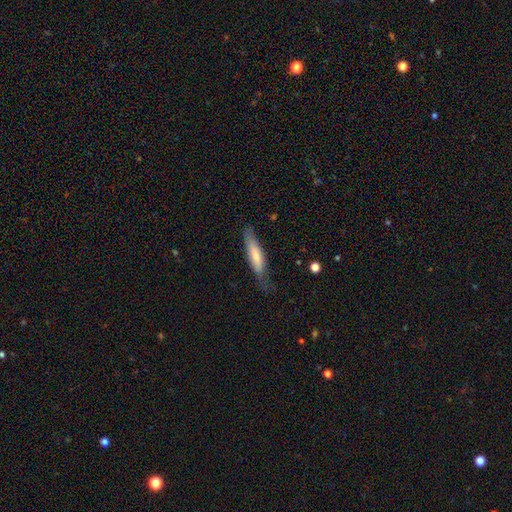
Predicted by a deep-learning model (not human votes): Q: Smooth or featured?
A: smooth (68%); runner-up: featured or disk (26%)
Q: How rounded?
A: cigar-shaped (73%); runner-up: in between (25%)
Q: Merging?
A: none (61%); runner-up: minor disturbance (28%)